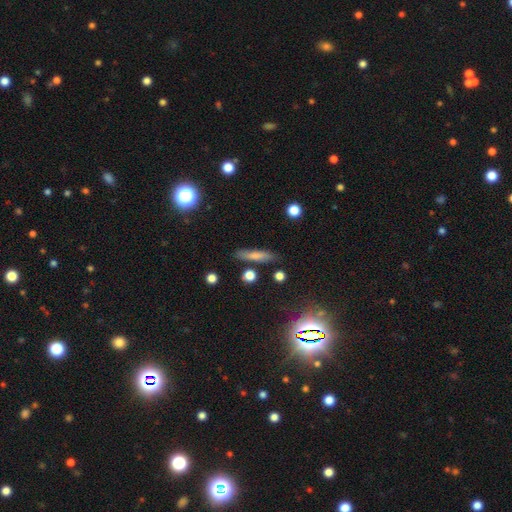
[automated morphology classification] This appears to be a smooth galaxy with no disk features (69%) that is cigar-shaped (84%). Merging: none (83%).